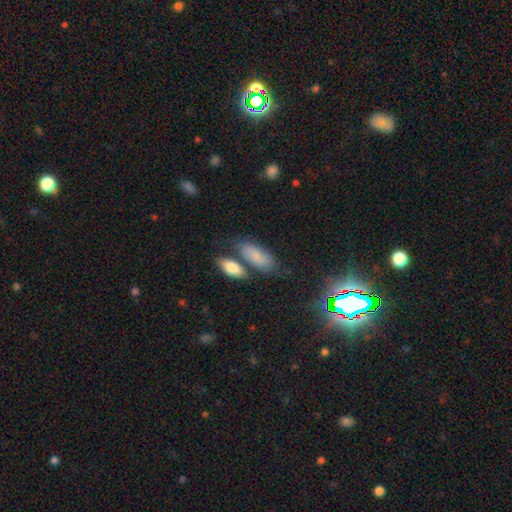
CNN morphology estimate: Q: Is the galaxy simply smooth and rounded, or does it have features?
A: smooth — 74%.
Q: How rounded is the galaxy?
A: in between — 85%.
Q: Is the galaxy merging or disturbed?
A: none — 55%.